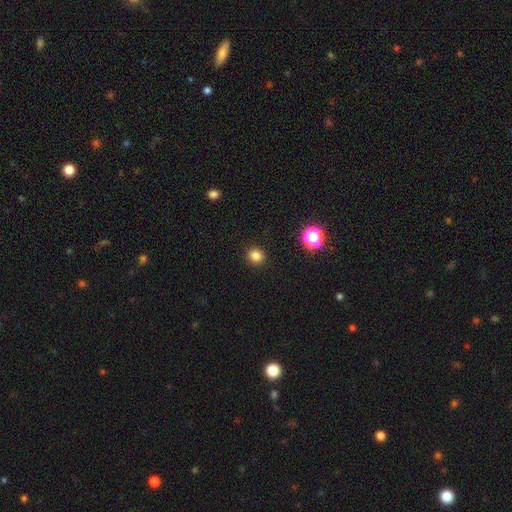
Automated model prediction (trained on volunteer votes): Smooth or featured?
  - smooth: 82% *
  - star or artifact: 14%
  - featured or disk: 4%
How rounded?
  - round: 82% *
  - in between: 17%
  - cigar-shaped: 1%
Merging?
  - none: 92% *
  - minor disturbance: 5%
  - major disturbance: 2%
  - merger: 1%